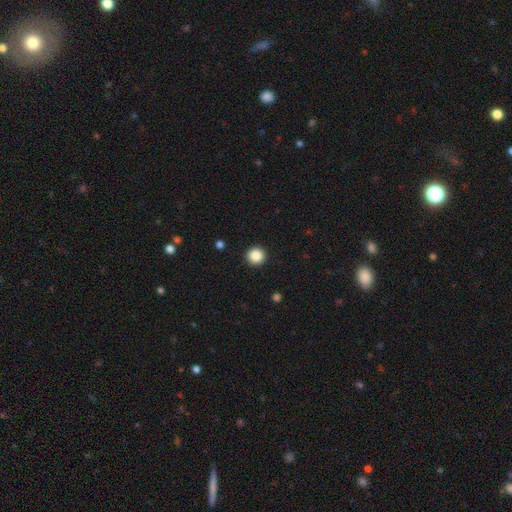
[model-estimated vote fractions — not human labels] smooth-or-featured: smooth: 87% | star or artifact: 10% | featured or disk: 3%
  how-rounded: round: 96% | in between: 3% | cigar-shaped: 1%
  merging: none: 93% | minor disturbance: 4% | major disturbance: 2% | merger: 1%